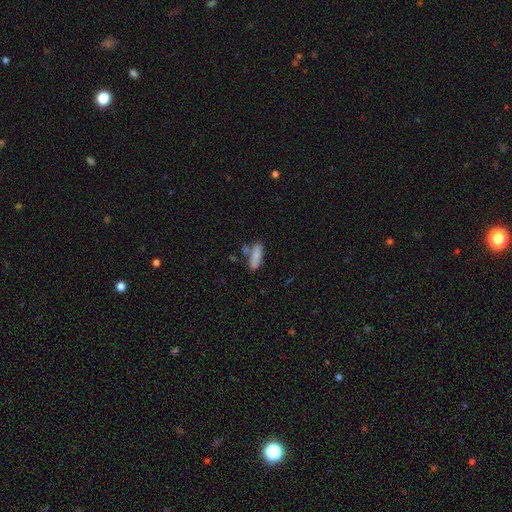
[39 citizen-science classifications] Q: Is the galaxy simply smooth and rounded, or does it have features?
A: smooth — 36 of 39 (92%).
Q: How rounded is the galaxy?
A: cigar-shaped — 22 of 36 (61%).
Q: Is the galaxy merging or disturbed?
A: none — 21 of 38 (55%).